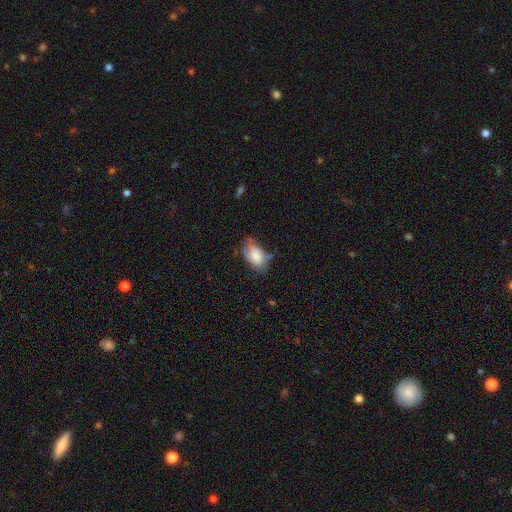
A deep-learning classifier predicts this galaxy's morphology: Overall: smooth (76%). How rounded: in between (93%). Merging: none (48%; minor disturbance 36%).